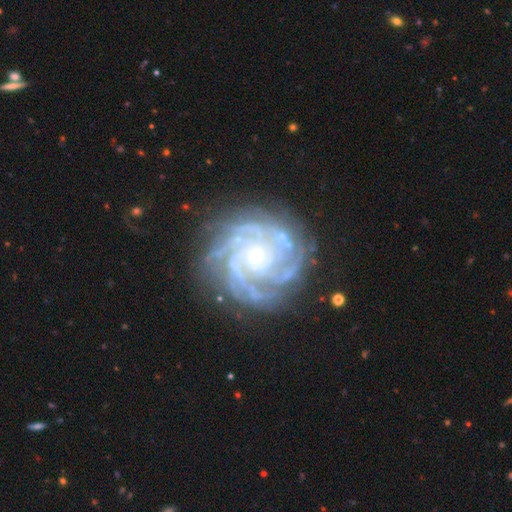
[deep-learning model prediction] Smooth or featured? featured or disk (91%)
Edge-on disk? no (98%)
Bar? no (74%)
Spiral arms? yes (98%)
Spiral winding? tight (77%)
Spiral arm count? 4 (34%)
Bulge size? small (79%)
Merging? none (78%)